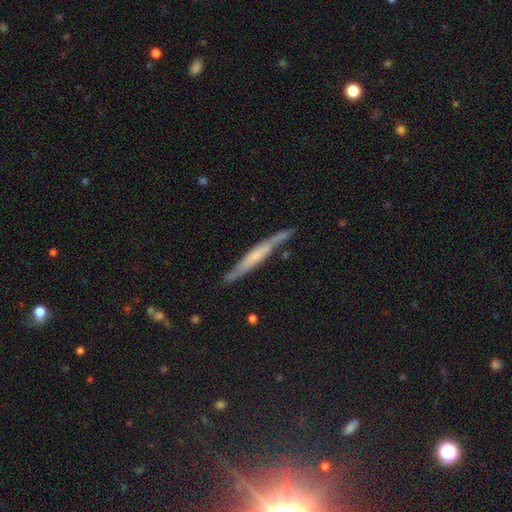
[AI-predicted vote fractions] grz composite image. It shows a featured or disk galaxy (54%) viewed edge-on (91%). Merging: none (77%).